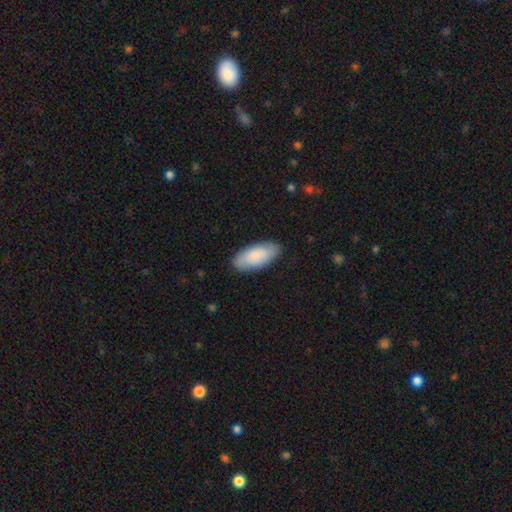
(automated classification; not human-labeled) smooth 82%, featured or disk 13%, star or artifact 5%. Down the decision tree: how rounded — in between (89%); merging — none (85%).